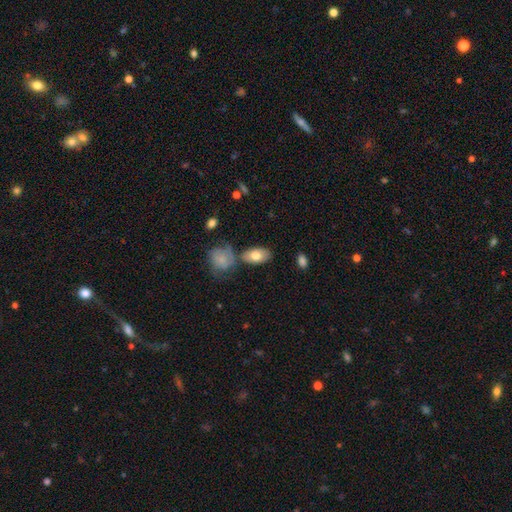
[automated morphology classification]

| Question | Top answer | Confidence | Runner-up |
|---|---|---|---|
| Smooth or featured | smooth | 76% | featured or disk (17%) |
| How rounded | in between | 93% | round (5%) |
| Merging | none | 68% | minor disturbance (16%) |